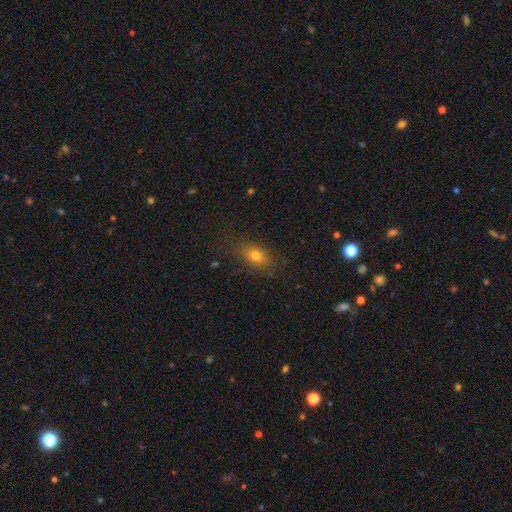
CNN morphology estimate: This is likely a smooth galaxy (73%). How rounded: likely in between (73%). Merging: likely none (79%).